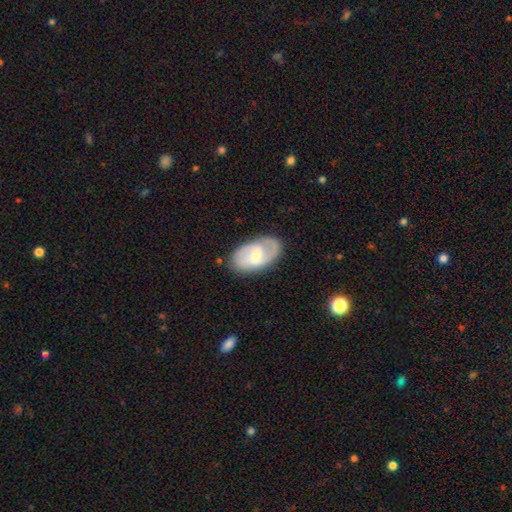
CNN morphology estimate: This appears to be a featured or disk galaxy (75%) with a weak bar (54%), 2 (80%) medium (50%) spiral arms (92%) and a small central bulge (57%). Merging: none (79%).